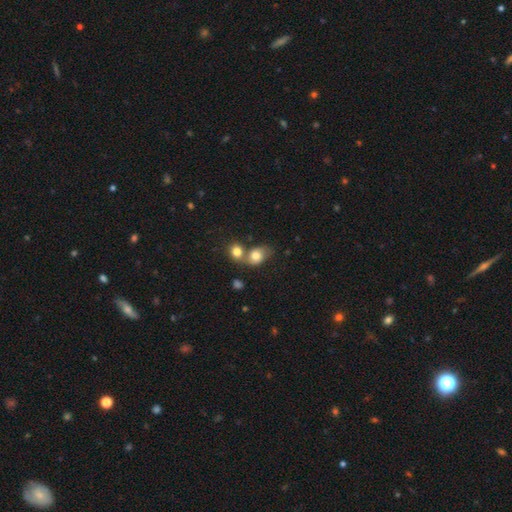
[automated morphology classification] A smooth galaxy with no disk features (78%) that is in between round and cigar-shaped (54%). Merging: merger (51%).